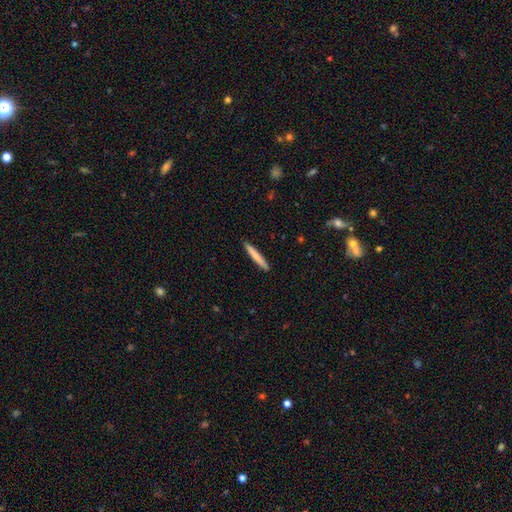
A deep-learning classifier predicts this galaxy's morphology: This is likely a smooth galaxy (74%). How rounded: clearly cigar-shaped (95%). Merging: clearly none (91%).